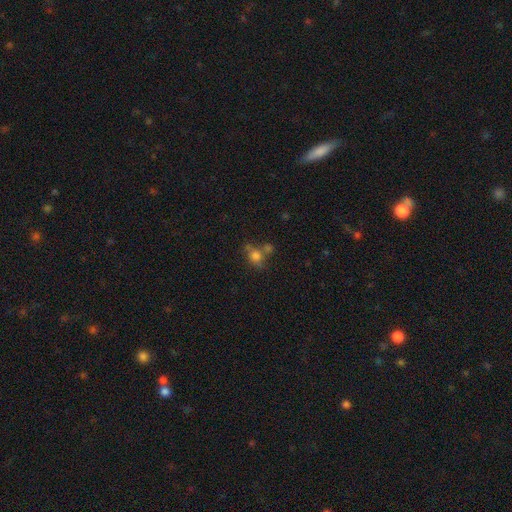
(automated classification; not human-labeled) smooth_or_featured: smooth (p=0.62) [alt: star or artifact p=0.21]
how_rounded: round (p=0.50) [alt: in between p=0.46]
merging: none (p=0.51) [alt: merger p=0.25]